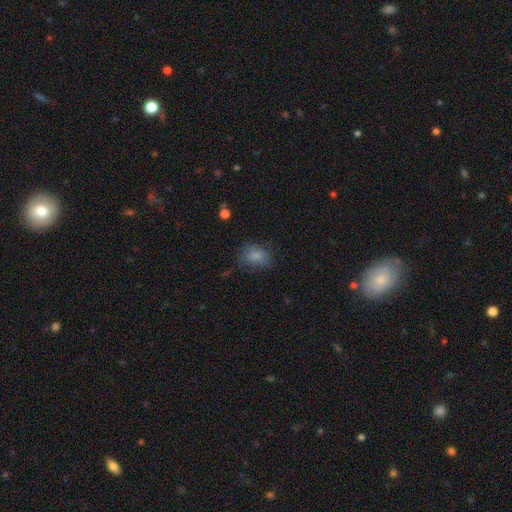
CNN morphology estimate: Smooth or featured? Predicted: smooth (p=0.81). How rounded? Predicted: in between (p=0.68). Merging? Predicted: none (p=0.63).